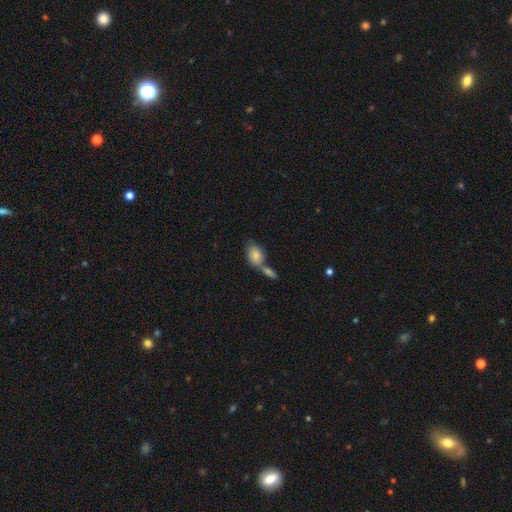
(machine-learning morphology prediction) This is clearly a smooth galaxy (82%). How rounded: clearly in between (85%). Merging: possibly merger (48%).